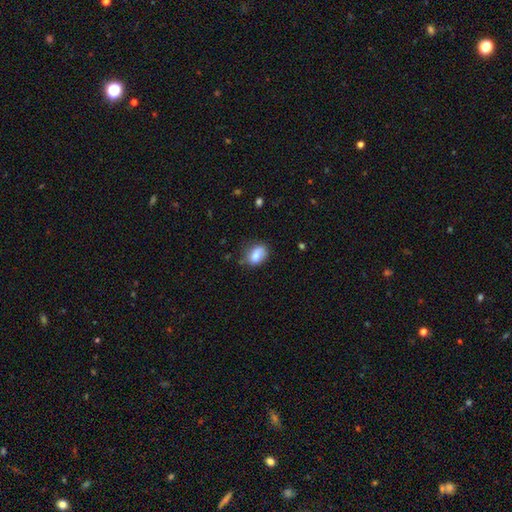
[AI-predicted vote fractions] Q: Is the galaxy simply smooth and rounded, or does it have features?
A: smooth — 72%.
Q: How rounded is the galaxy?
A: in between — 68%.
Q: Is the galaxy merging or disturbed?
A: none — 60%.